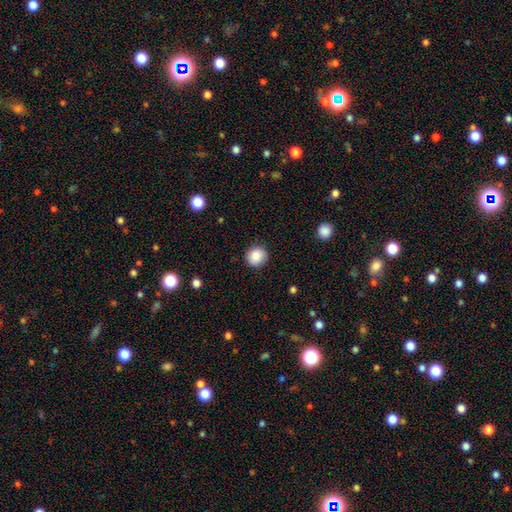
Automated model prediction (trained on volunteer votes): smooth_or_featured: smooth (p=0.84) [alt: star or artifact p=0.09]
how_rounded: round (p=0.93) [alt: in between p=0.07]
merging: none (p=0.90) [alt: minor disturbance p=0.07]